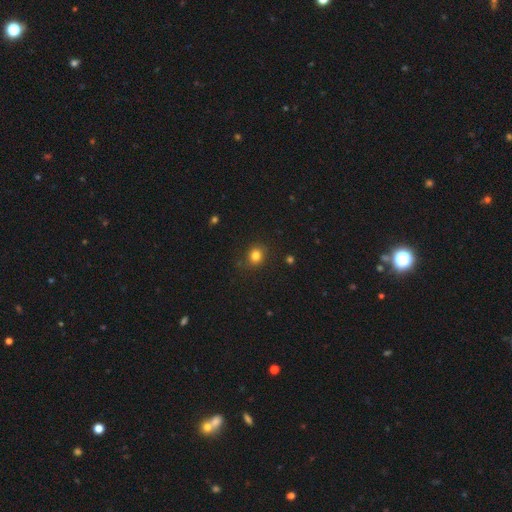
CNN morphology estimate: Smooth or featured: smooth — 81% (star or artifact — 13%)
How rounded: round — 76% (in between — 23%)
Merging: none — 83% (minor disturbance — 12%)